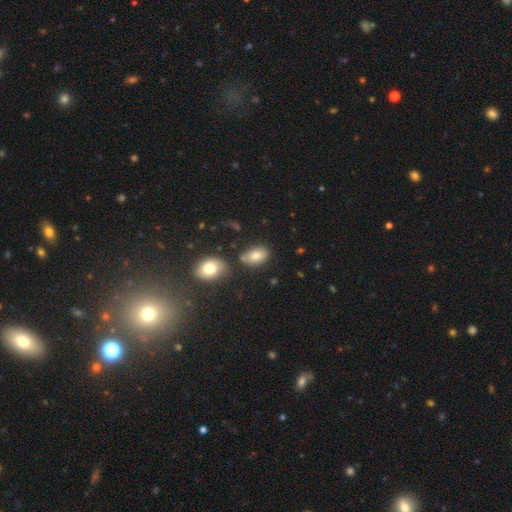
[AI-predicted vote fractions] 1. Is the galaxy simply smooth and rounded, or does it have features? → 77% smooth, 13% featured or disk, 11% star or artifact.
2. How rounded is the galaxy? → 89% in between, 10% round, 2% cigar-shaped.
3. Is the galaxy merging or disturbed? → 70% none, 14% minor disturbance, 11% merger, 4% major disturbance.